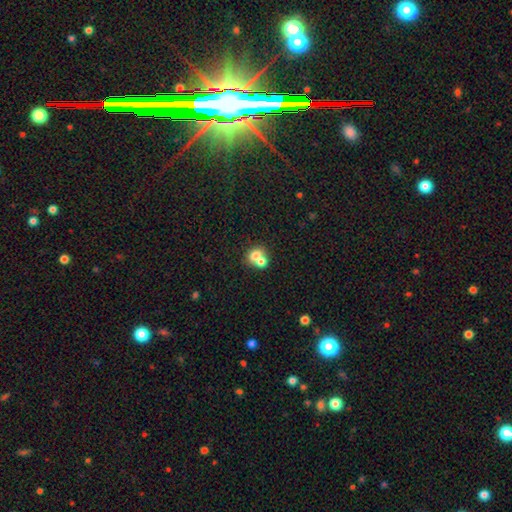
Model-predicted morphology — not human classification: This appears to be a smooth galaxy with no disk features (71%) that is round (62%). Merging: merger (62%).